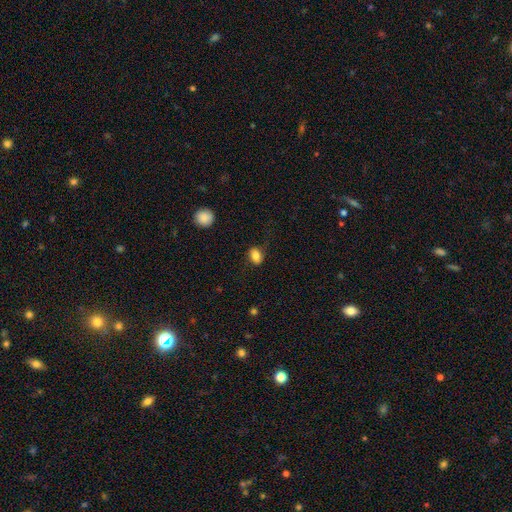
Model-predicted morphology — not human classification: Smooth or featured? smooth (84%)
How rounded? in between (73%)
Merging? none (76%)